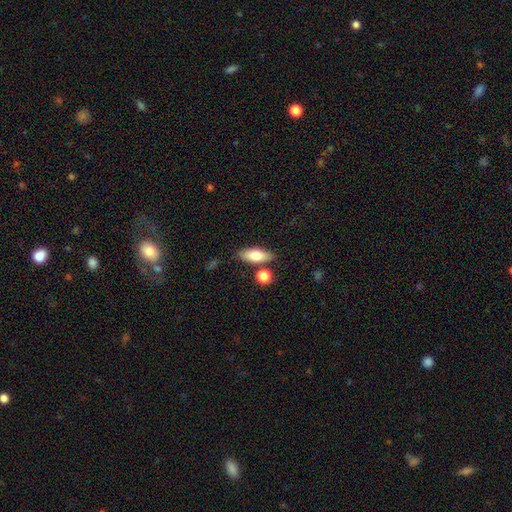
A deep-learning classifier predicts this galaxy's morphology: type=smooth (76%); roundness=in between (75%); merging=none (77%).